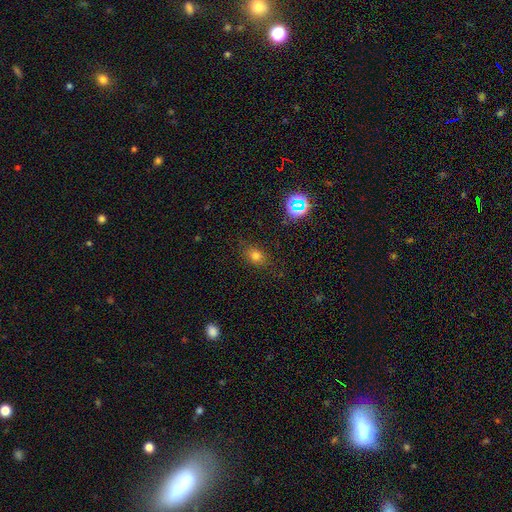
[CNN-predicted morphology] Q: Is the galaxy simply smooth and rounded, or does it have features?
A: smooth — 73%.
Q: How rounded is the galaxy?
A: in between — 59%.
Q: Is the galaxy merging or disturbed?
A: none — 80%.